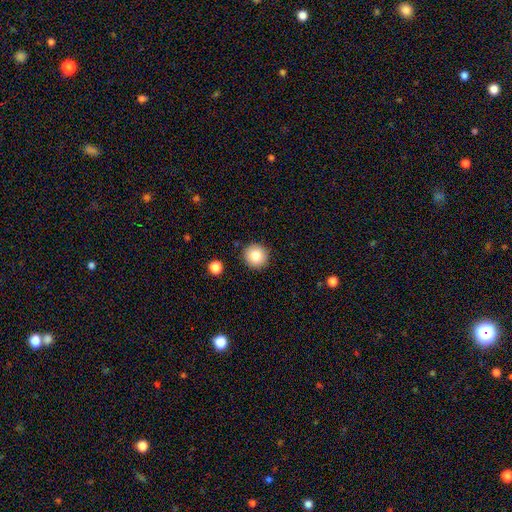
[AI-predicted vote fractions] Smooth or featured: smooth — 82% (star or artifact — 10%)
How rounded: round — 95% (in between — 4%)
Merging: none — 89% (minor disturbance — 6%)